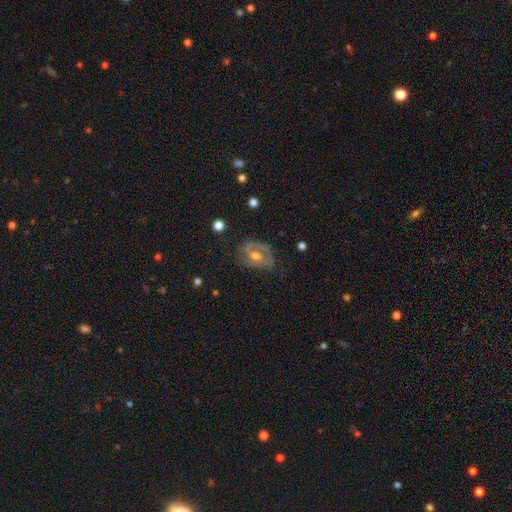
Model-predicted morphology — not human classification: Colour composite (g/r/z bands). It shows a featured or disk galaxy (71%) with no bar (45%), spiral arms (74%) and a moderate central bulge (70%). Merging: none (65%).